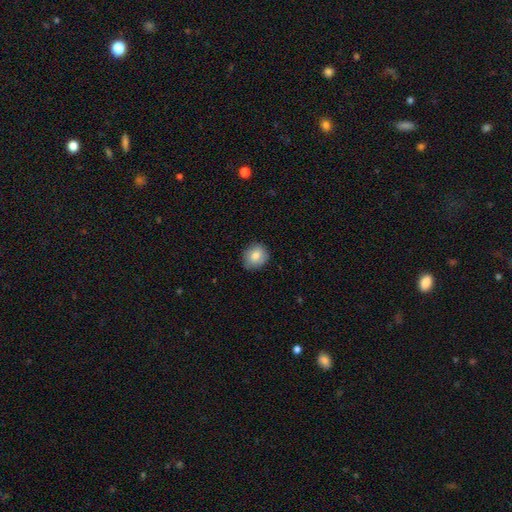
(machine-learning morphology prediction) The model was most divided on "how rounded": round: 70%, in between: 29%, cigar-shaped: 1%. More confident: merging — none (85%); smooth or featured — smooth (83%).